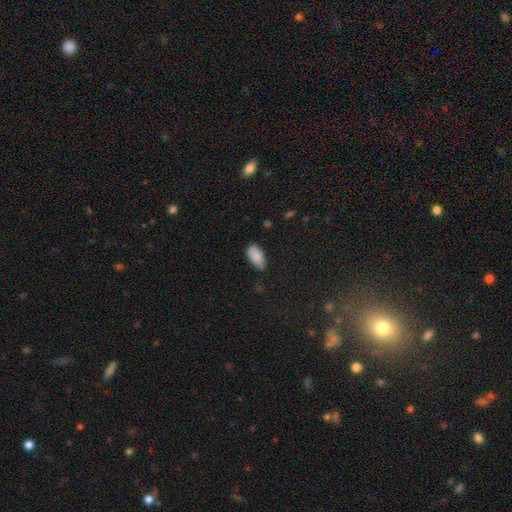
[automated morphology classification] Smooth or featured? Predicted: smooth (p=0.85). How rounded? Predicted: in between (p=0.93). Merging? Predicted: none (p=0.70).